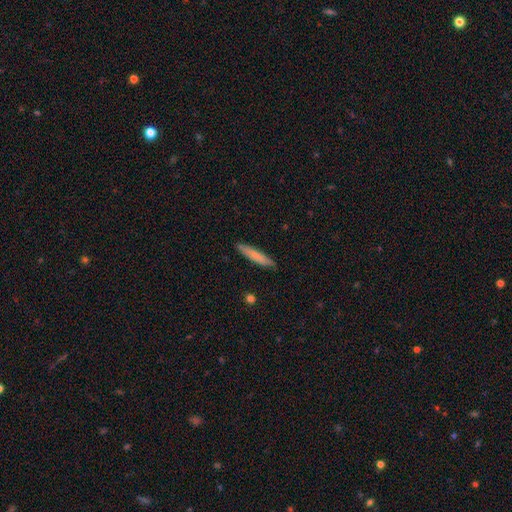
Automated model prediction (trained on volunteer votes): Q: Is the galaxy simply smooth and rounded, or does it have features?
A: smooth — 76%.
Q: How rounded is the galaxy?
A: cigar-shaped — 92%.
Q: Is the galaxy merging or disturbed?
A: none — 89%.